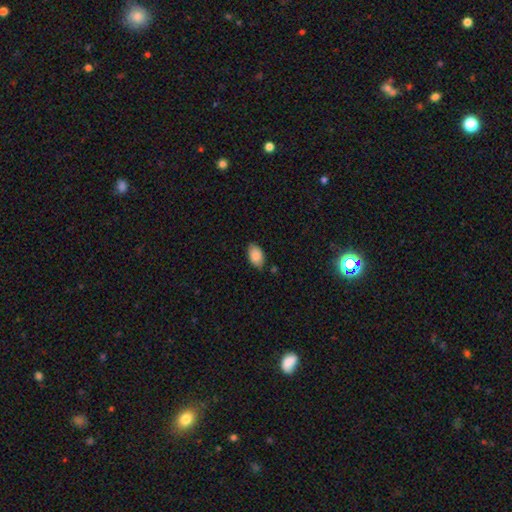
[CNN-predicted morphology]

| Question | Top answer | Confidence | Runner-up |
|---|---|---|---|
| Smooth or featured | smooth | 88% | star or artifact (7%) |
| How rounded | in between | 93% | round (6%) |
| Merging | none | 79% | minor disturbance (16%) |